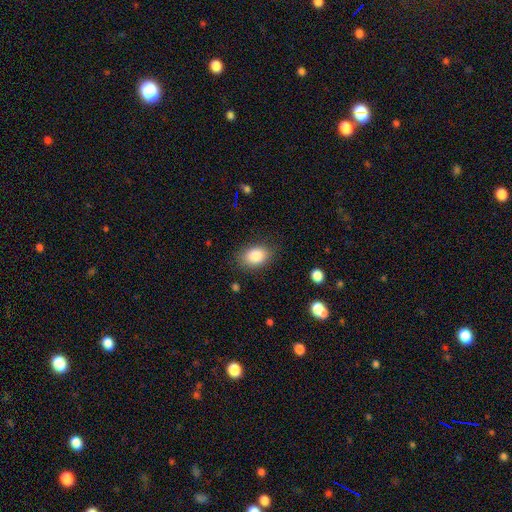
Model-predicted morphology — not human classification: The model was most divided on "how rounded": in between: 81%, round: 18%, cigar-shaped: 1%. More confident: smooth or featured — smooth (86%); merging — none (83%).